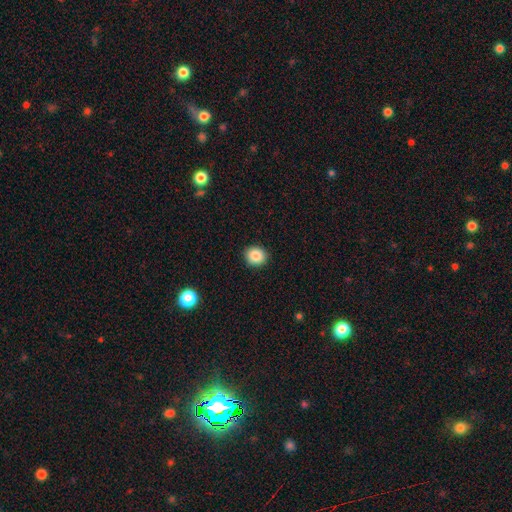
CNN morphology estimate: Smooth or featured?
  - smooth: 86% *
  - star or artifact: 9%
  - featured or disk: 4%
How rounded?
  - round: 82% *
  - in between: 17%
  - cigar-shaped: 1%
Merging?
  - none: 91% *
  - minor disturbance: 6%
  - major disturbance: 2%
  - merger: 1%